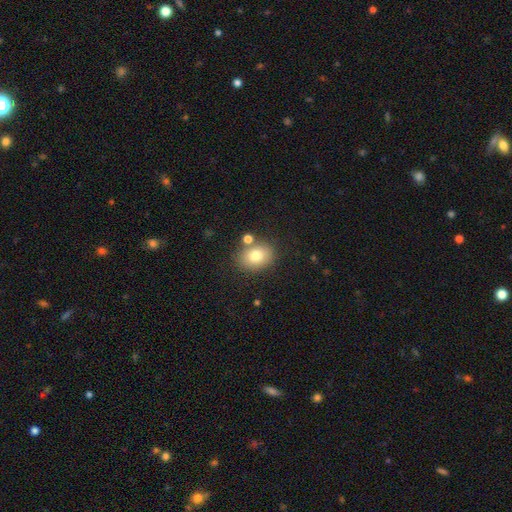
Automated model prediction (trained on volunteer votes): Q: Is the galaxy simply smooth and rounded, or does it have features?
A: smooth — 78%.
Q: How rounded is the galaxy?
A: in between — 57%.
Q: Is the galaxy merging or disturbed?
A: none — 75%.